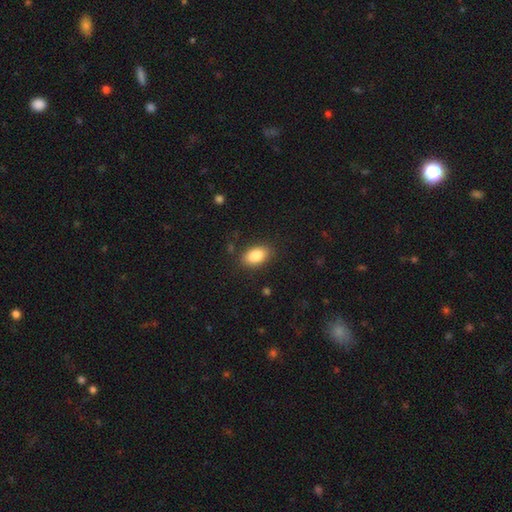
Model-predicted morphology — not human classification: smooth_or_featured: smooth (p=0.86) [alt: star or artifact p=0.07]
how_rounded: in between (p=0.92) [alt: round p=0.06]
merging: none (p=0.84) [alt: minor disturbance p=0.11]